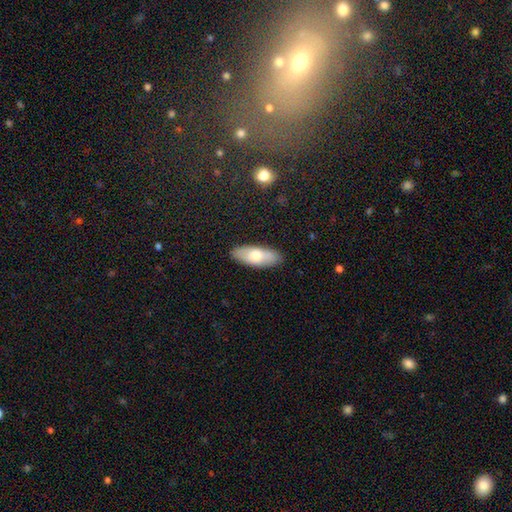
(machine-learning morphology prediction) Smooth or featured? Predicted: smooth (p=0.69). How rounded? Predicted: in between (p=0.74). Merging? Predicted: none (p=0.89).